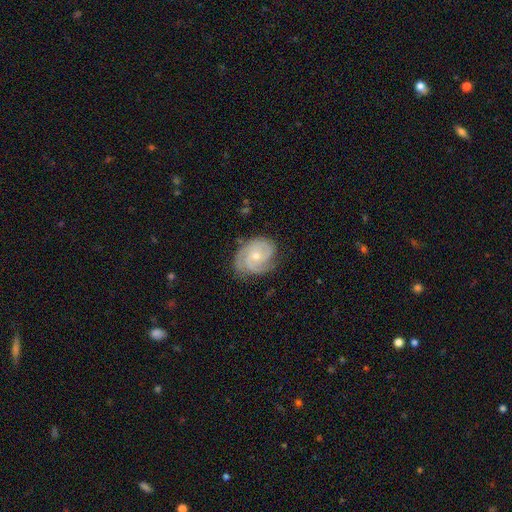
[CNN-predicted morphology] Overall: featured or disk (87%). Edge-on disk: no (98%). Bar: no (70%). Spiral arms: yes (97%). Spiral arm count: 3 (41%; 2 36%). Spiral winding: tight (63%; medium 31%). Bulge size: small (53%; moderate 43%). Merging: none (74%).